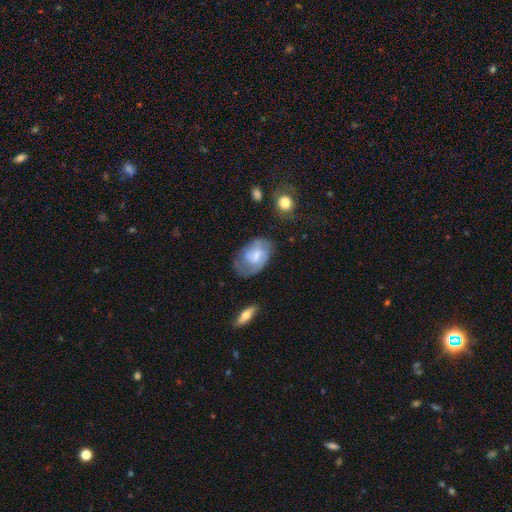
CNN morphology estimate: This is possibly a featured or disk galaxy (49%). Merging: possibly none (50%).